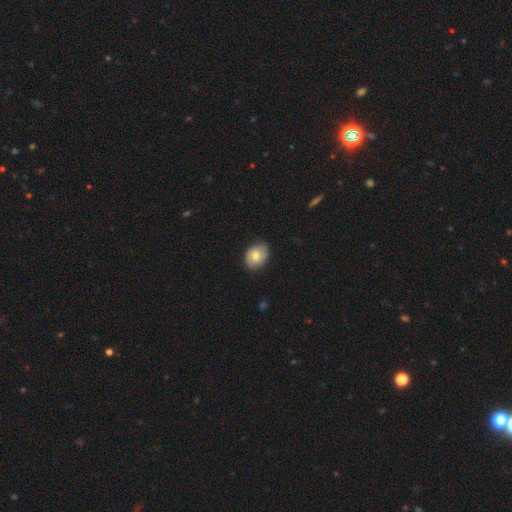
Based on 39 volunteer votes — This appears to be a smooth galaxy with no disk features (67%) that is in between round and cigar-shaped (65%). Merging: none (66%).